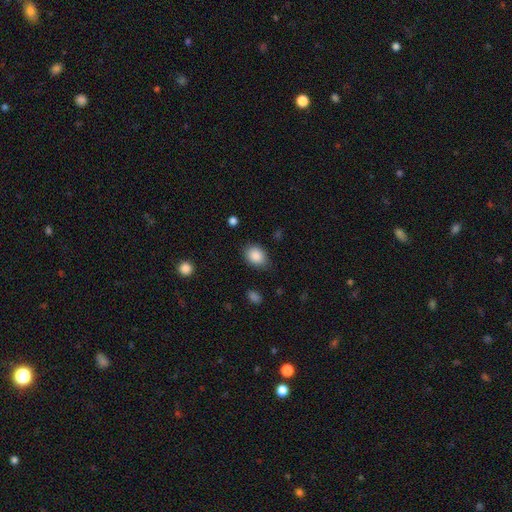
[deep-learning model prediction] Smooth or featured?
  - smooth: 88% *
  - star or artifact: 8%
  - featured or disk: 4%
How rounded?
  - in between: 65% *
  - round: 34%
  - cigar-shaped: 1%
Merging?
  - none: 79% *
  - minor disturbance: 15%
  - major disturbance: 4%
  - merger: 1%